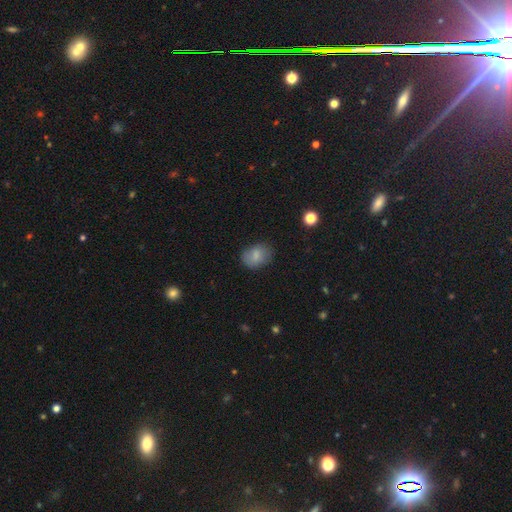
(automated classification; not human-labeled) Morphology: type=smooth (79%); roundness=in between (69%); merging=none (73%).